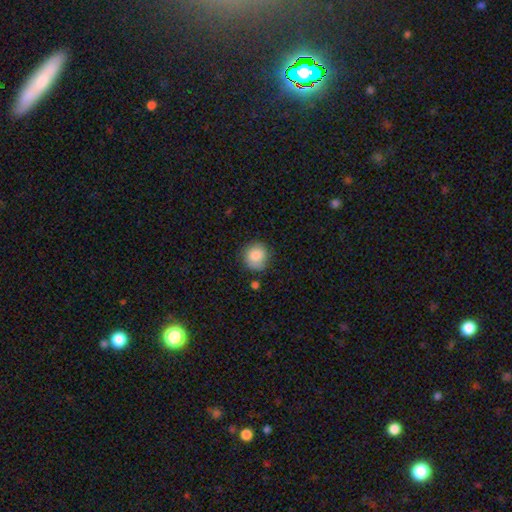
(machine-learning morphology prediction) The model was most divided on "merging": none: 76%, minor disturbance: 17%, major disturbance: 4%, merger: 3%. More confident: smooth or featured — smooth (86%); how rounded — round (85%).